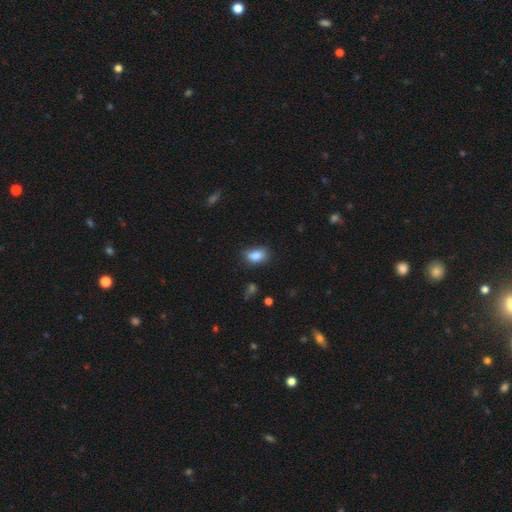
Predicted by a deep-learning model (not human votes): smooth_or_featured: smooth (p=0.85) [alt: star or artifact p=0.09]
how_rounded: in between (p=0.84) [alt: round p=0.14]
merging: none (p=0.68) [alt: minor disturbance p=0.24]